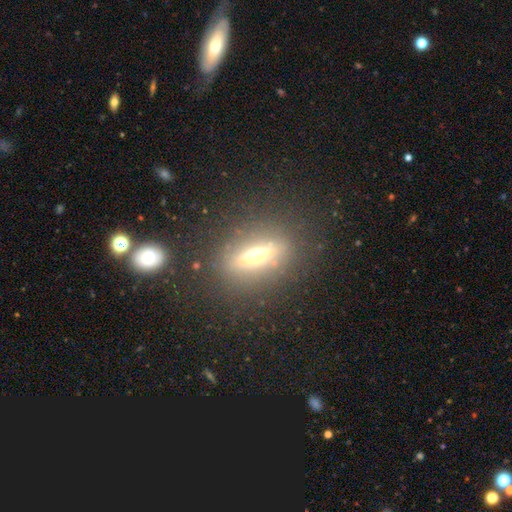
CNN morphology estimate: A featured or disk galaxy (53%) viewed edge-on (75%). Merging: none (80%).